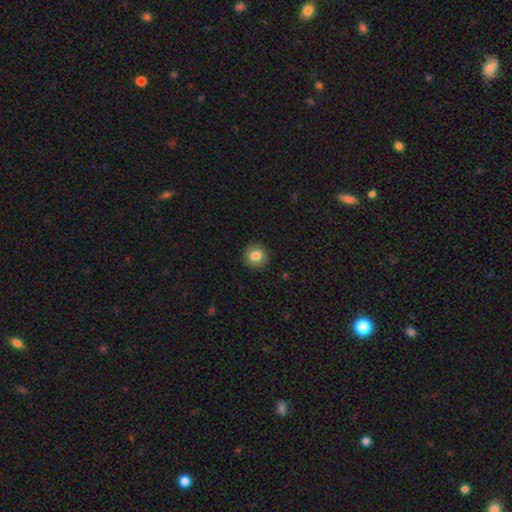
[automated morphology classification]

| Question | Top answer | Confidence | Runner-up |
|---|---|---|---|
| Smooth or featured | smooth | 82% | star or artifact (9%) |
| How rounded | round | 93% | in between (6%) |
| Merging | none | 92% | minor disturbance (6%) |